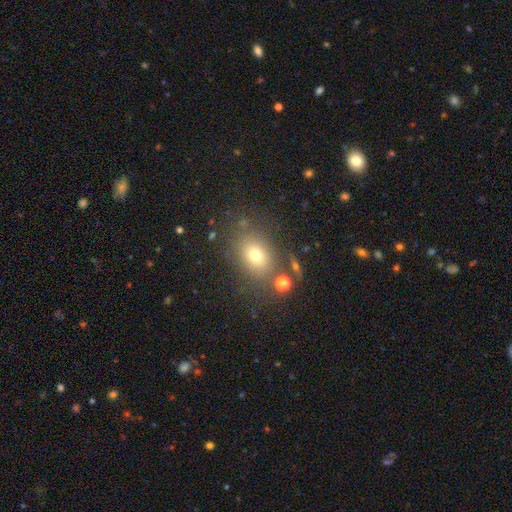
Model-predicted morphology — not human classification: type=smooth (70%); roundness=in between (63%); merging=none (75%).